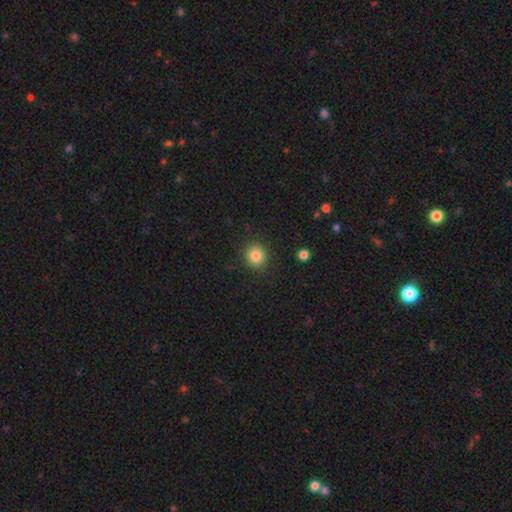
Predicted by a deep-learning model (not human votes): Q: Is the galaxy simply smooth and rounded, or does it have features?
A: smooth — 84%.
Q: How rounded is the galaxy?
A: round — 85%.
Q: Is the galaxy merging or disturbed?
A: none — 89%.